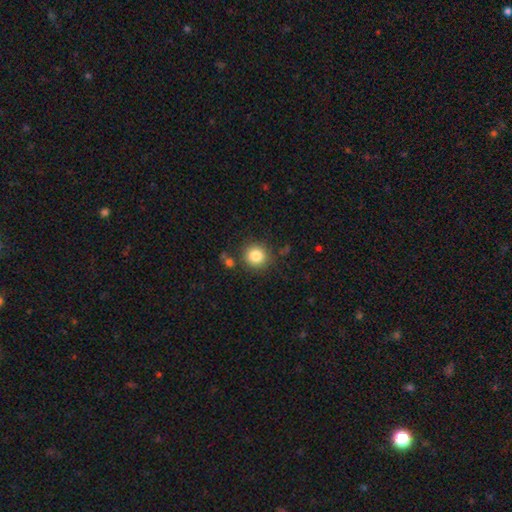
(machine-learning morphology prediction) Smooth or featured?
  - smooth: 83% *
  - star or artifact: 11%
  - featured or disk: 6%
How rounded?
  - round: 92% *
  - in between: 7%
  - cigar-shaped: 1%
Merging?
  - none: 84% *
  - minor disturbance: 9%
  - merger: 4%
  - major disturbance: 3%